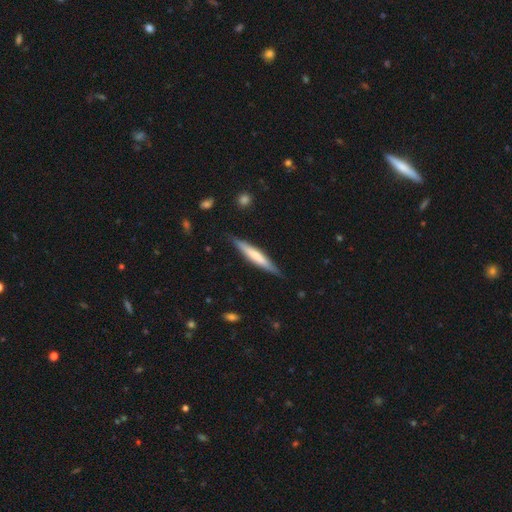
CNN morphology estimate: This is possibly a smooth galaxy (53%). How rounded: clearly cigar-shaped (92%). Merging: clearly none (85%).